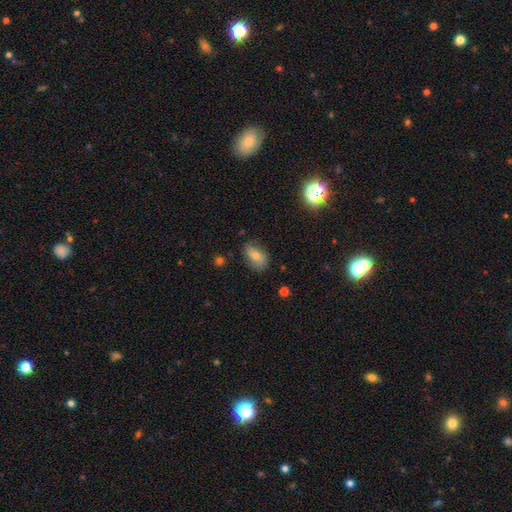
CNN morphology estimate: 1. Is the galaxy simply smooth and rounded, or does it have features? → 62% smooth, 29% featured or disk, 10% star or artifact.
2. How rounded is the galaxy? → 87% in between, 11% round, 3% cigar-shaped.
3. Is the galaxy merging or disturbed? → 67% none, 25% minor disturbance, 6% major disturbance, 2% merger.